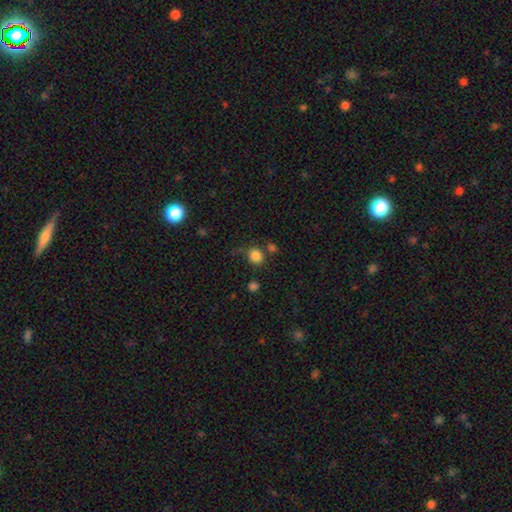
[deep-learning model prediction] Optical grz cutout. It shows a smooth galaxy with no disk features (84%) that is round (83%). Merging: none (72%).